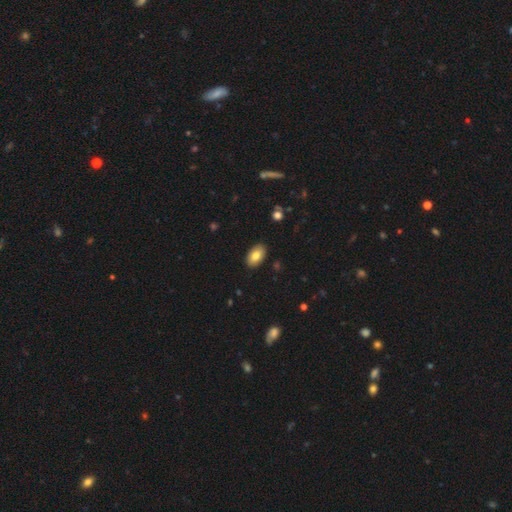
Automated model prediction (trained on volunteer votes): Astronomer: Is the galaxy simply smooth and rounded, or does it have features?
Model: smooth — 81%.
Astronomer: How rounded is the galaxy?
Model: in between — 93%.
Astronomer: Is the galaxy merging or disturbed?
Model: none — 89%.